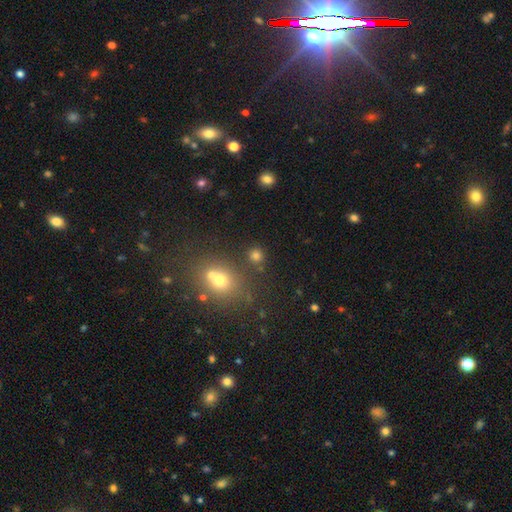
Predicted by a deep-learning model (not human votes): This is likely a smooth galaxy (75%). How rounded: clearly round (86%). Merging: likely none (75%).